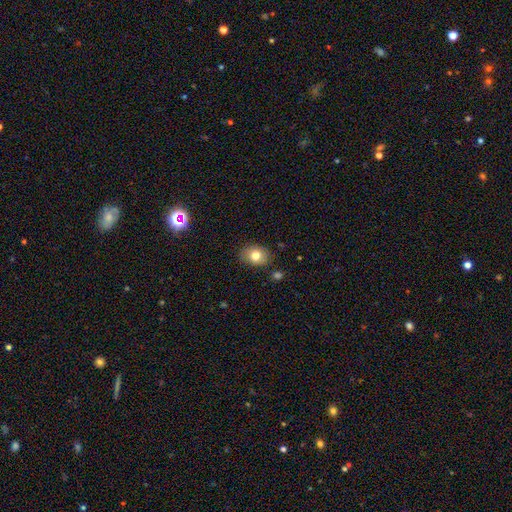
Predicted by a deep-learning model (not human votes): Morphology: type=smooth (80%); roundness=in between (59%); merging=none (83%).